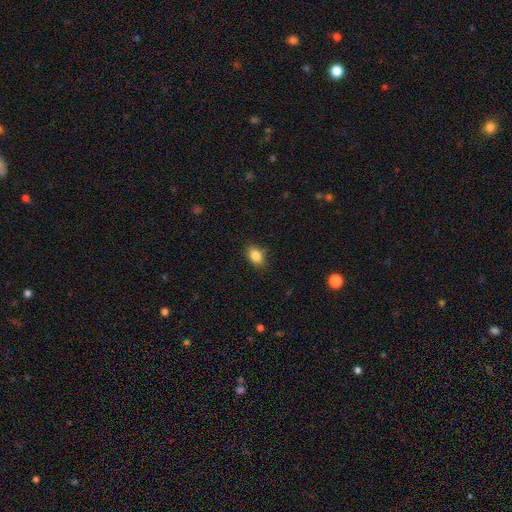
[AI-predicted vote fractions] smooth_or_featured: smooth (p=0.85) [alt: star or artifact p=0.10]
how_rounded: in between (p=0.72) [alt: round p=0.26]
merging: none (p=0.83) [alt: minor disturbance p=0.13]